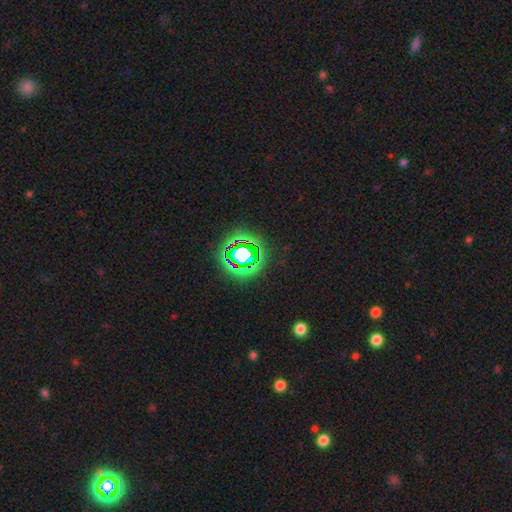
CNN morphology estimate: Overall: star or artifact (77%).